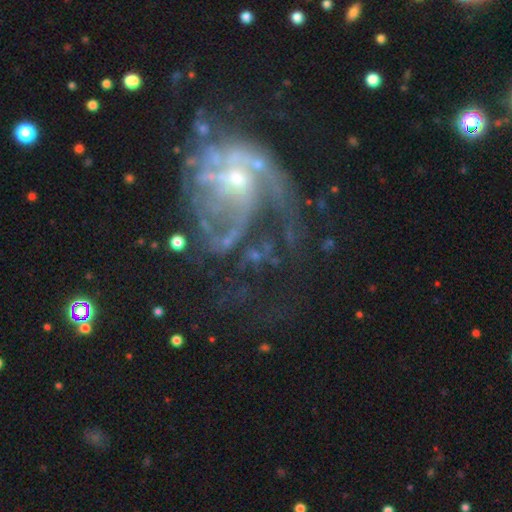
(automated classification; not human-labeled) Smooth or featured?
  - featured or disk: 65% *
  - star or artifact: 20%
  - smooth: 15%
Edge-on disk?
  - no: 96% *
  - yes: 4%
Bar?
  - no: 60% *
  - weak: 27%
  - strong: 12%
Spiral arms?
  - yes: 77% *
  - no: 23%
Bulge size?
  - small: 56% *
  - moderate: 29%
  - none: 9%
  - large: 4%
  - dominant: 2%
Merging?
  - none: 45% *
  - major disturbance: 31%
  - minor disturbance: 16%
  - merger: 8%